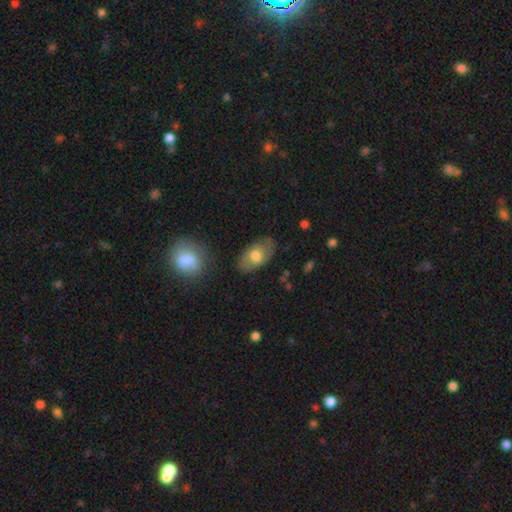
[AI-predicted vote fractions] smooth-or-featured: smooth: 66% | featured or disk: 27% | star or artifact: 7%
  how-rounded: in between: 91% | round: 7% | cigar-shaped: 2%
  merging: none: 79% | minor disturbance: 15% | major disturbance: 4% | merger: 2%